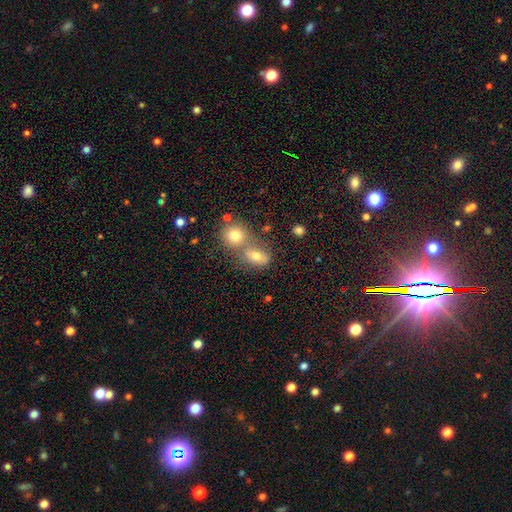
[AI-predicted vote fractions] Smooth or featured? smooth (65%)
How rounded? in between (56%)
Merging? merger (51%)